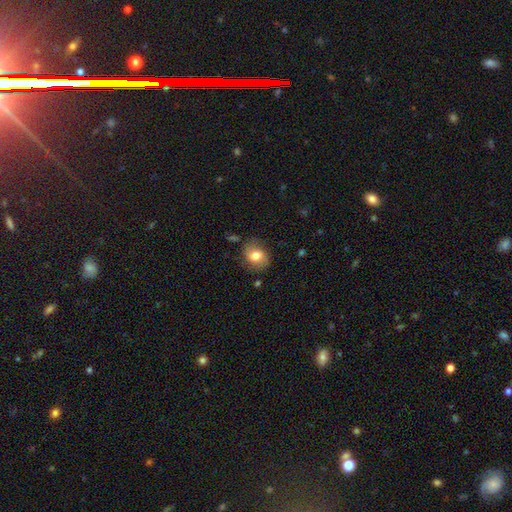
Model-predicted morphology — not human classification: Smooth or featured? smooth (73%)
How rounded? round (55%)
Merging? none (72%)